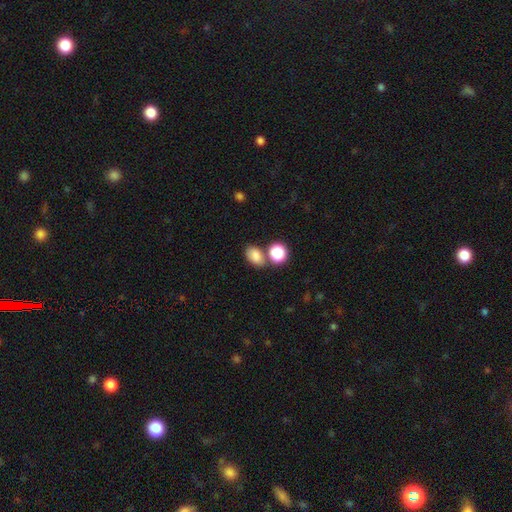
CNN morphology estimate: The model was most divided on "merging": none: 62%, merger: 21%, minor disturbance: 13%, major disturbance: 4%. More confident: smooth or featured — smooth (81%); how rounded — in between (73%).